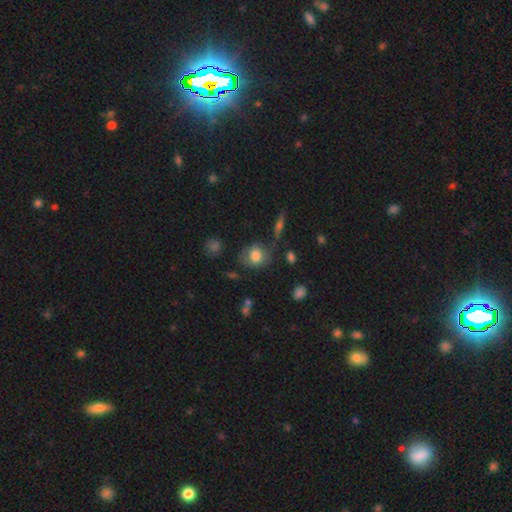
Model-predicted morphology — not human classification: A smooth galaxy with no disk features (69%) that is round (67%).

Vote fractions:
- Smooth or featured? smooth: 69% / featured or disk: 21% / star or artifact: 10%
- How rounded? round: 67% / in between: 31% / cigar-shaped: 2%
- Merging? none: 58% / minor disturbance: 24% / major disturbance: 12% / merger: 6%